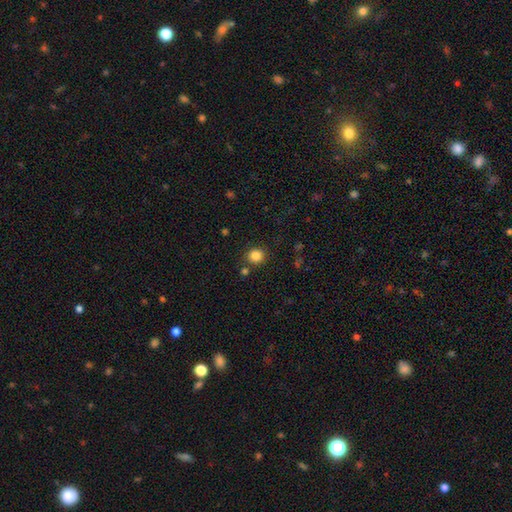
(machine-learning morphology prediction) smooth-or-featured: smooth: 84% | star or artifact: 12% | featured or disk: 5%
  how-rounded: round: 87% | in between: 13% | cigar-shaped: 1%
  merging: none: 83% | minor disturbance: 9% | merger: 6% | major disturbance: 3%